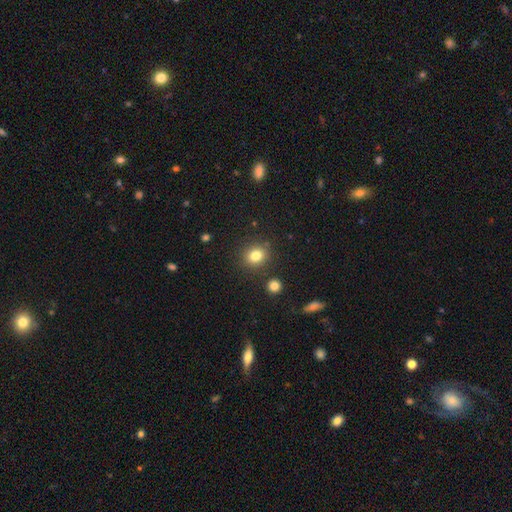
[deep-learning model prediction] Smooth or featured: smooth — 81% (star or artifact — 12%)
How rounded: round — 77% (in between — 22%)
Merging: none — 86% (minor disturbance — 8%)